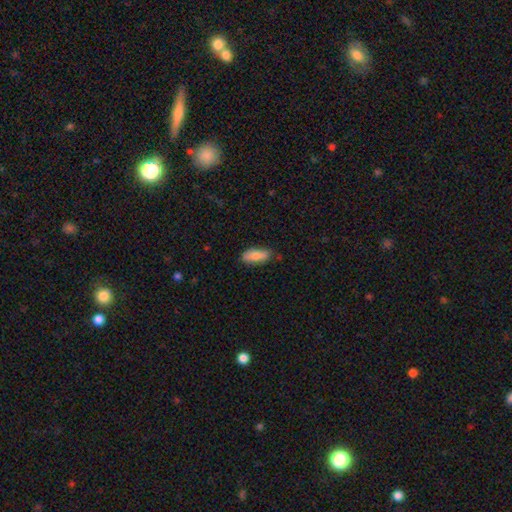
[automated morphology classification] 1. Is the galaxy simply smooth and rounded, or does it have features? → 79% smooth, 15% featured or disk, 6% star or artifact.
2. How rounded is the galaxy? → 76% in between, 22% cigar-shaped, 2% round.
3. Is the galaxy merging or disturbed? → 77% none, 18% minor disturbance, 3% major disturbance, 2% merger.